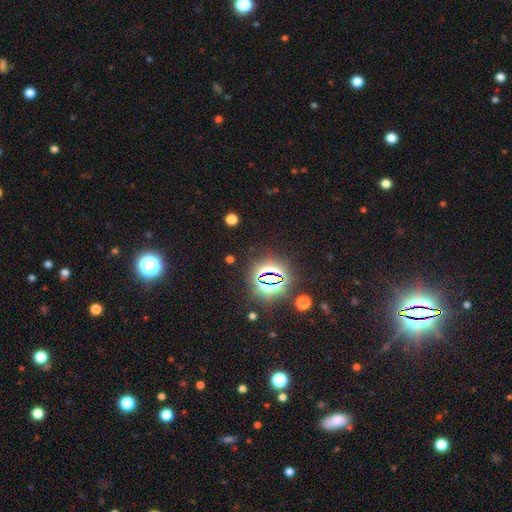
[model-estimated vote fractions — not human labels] Overall: star or artifact (83%).